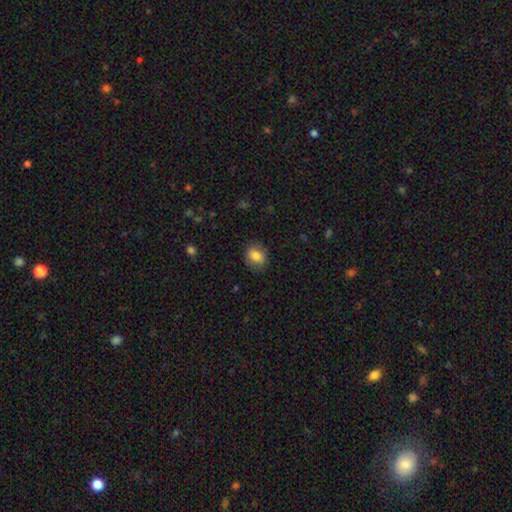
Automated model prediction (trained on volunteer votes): Morphology: type=smooth (79%); roundness=in between (55%); merging=none (81%).